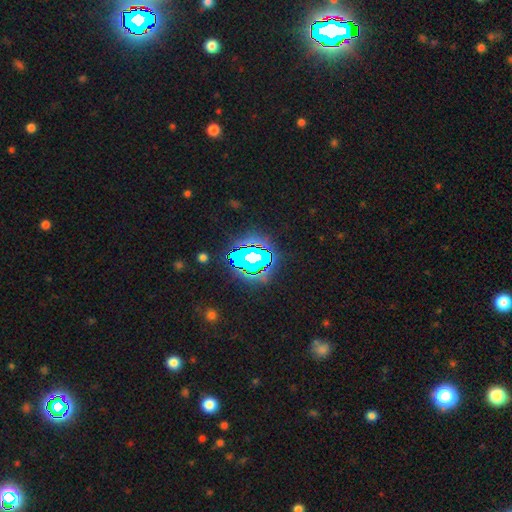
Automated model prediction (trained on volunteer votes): smooth-or-featured: star or artifact: 83% | smooth: 10% | featured or disk: 7%